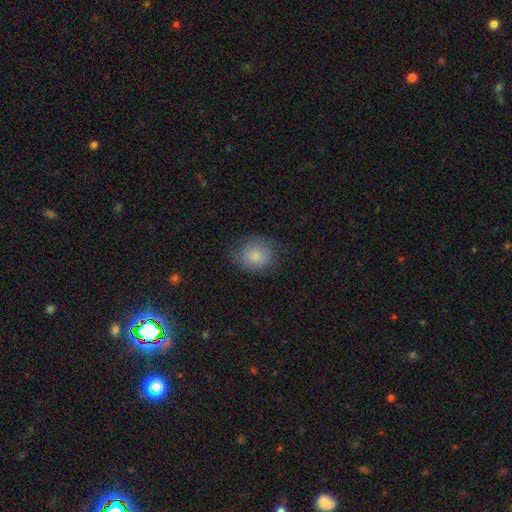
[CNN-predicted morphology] Smooth or featured?
  - smooth: 83% *
  - featured or disk: 9%
  - star or artifact: 8%
How rounded?
  - round: 67% *
  - in between: 32%
  - cigar-shaped: 1%
Merging?
  - none: 73% *
  - minor disturbance: 20%
  - major disturbance: 6%
  - merger: 1%